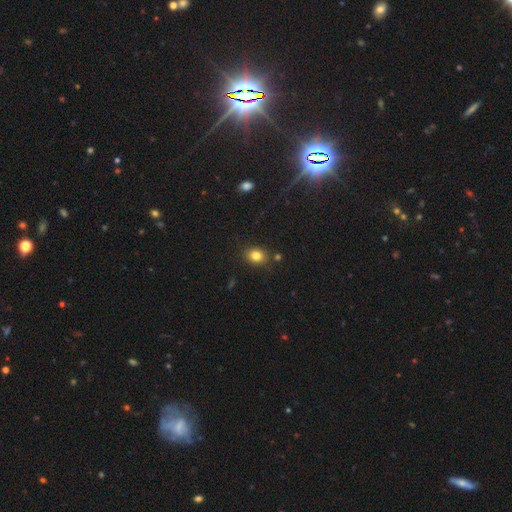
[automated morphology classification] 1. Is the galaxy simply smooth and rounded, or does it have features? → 81% smooth, 12% star or artifact, 7% featured or disk.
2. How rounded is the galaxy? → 51% round, 48% in between, 1% cigar-shaped.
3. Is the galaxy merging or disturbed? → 84% none, 10% minor disturbance, 4% merger, 3% major disturbance.